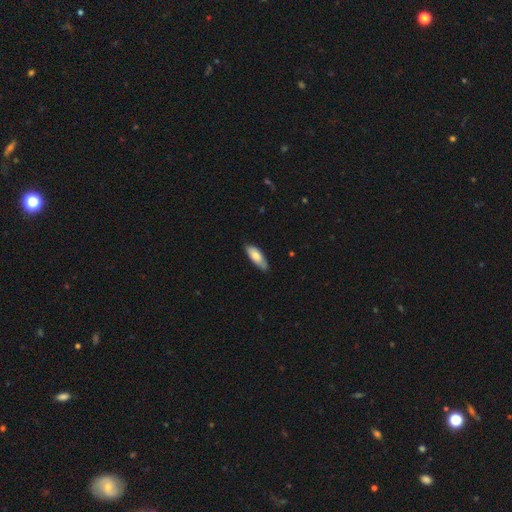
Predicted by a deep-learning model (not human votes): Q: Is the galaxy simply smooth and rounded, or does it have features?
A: smooth — 75%.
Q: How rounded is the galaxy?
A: in between — 72%.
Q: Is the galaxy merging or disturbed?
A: none — 77%.